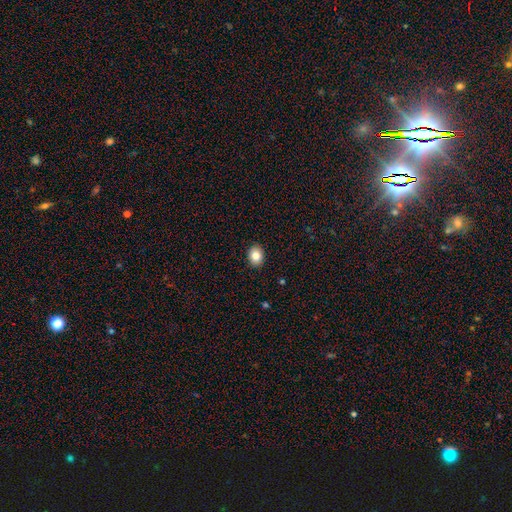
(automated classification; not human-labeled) smooth-or-featured: smooth: 84% | star or artifact: 9% | featured or disk: 8%
  how-rounded: in between: 60% | round: 39% | cigar-shaped: 1%
  merging: none: 91% | minor disturbance: 6% | major disturbance: 2% | merger: 1%